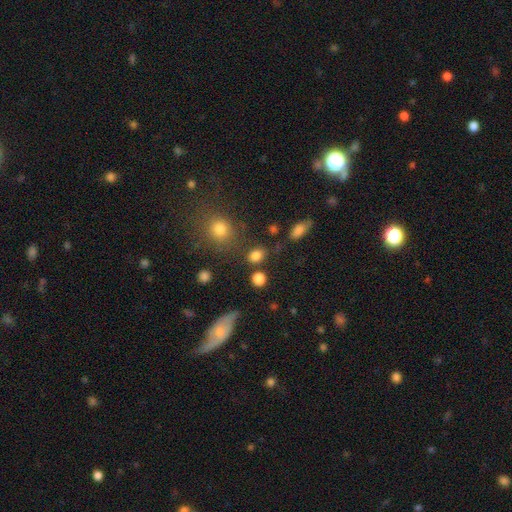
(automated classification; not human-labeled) smooth-or-featured: smooth: 81% | star or artifact: 13% | featured or disk: 6%
  how-rounded: in between: 50% | round: 48% | cigar-shaped: 2%
  merging: none: 72% | minor disturbance: 13% | merger: 10% | major disturbance: 6%